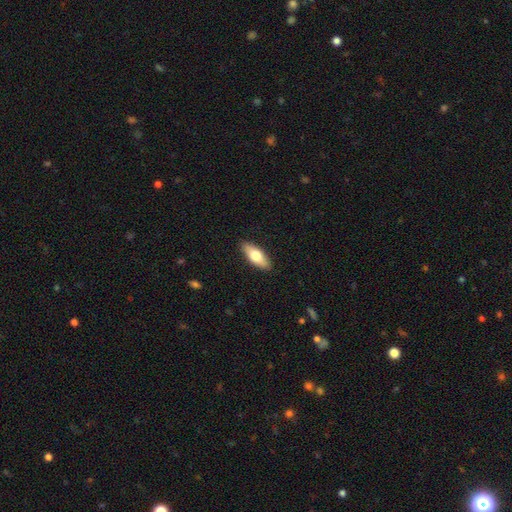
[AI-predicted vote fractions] Smooth or featured?
  - smooth: 68% *
  - featured or disk: 26%
  - star or artifact: 6%
How rounded?
  - in between: 73% *
  - cigar-shaped: 24%
  - round: 2%
Merging?
  - none: 89% *
  - minor disturbance: 8%
  - major disturbance: 2%
  - merger: 1%